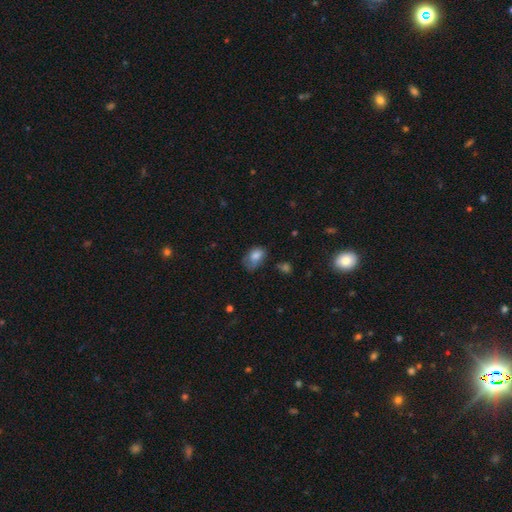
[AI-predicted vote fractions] smooth-or-featured: smooth: 75% | featured or disk: 15% | star or artifact: 10%
  how-rounded: in between: 83% | round: 15% | cigar-shaped: 1%
  merging: none: 38% | minor disturbance: 36% | major disturbance: 23% | merger: 3%